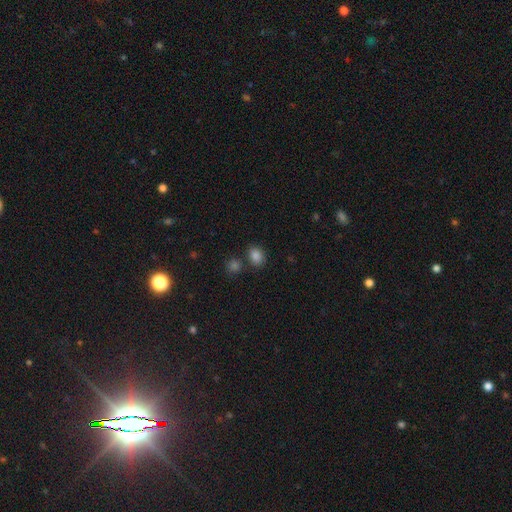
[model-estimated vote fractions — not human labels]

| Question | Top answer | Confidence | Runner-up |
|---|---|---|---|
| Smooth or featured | smooth | 85% | star or artifact (11%) |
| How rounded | in between | 58% | round (41%) |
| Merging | none | 73% | merger (13%) |